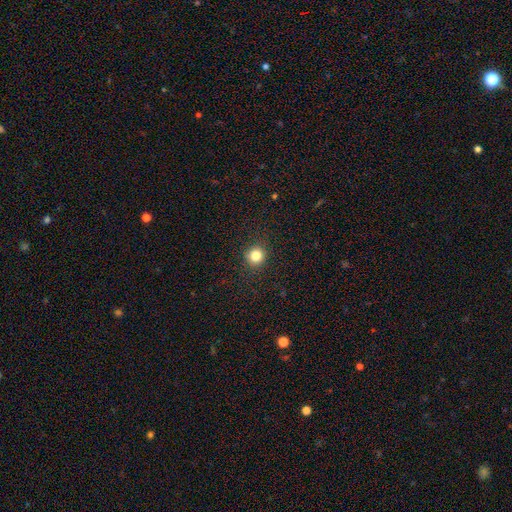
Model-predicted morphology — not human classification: Smooth or featured? smooth (82%)
How rounded? round (90%)
Merging? none (91%)